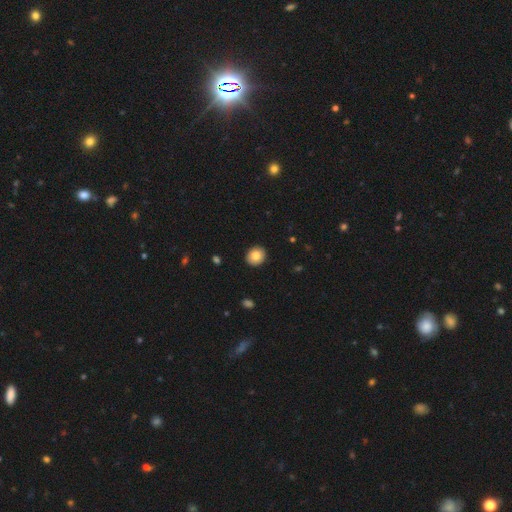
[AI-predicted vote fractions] This is clearly a smooth galaxy (83%). How rounded: likely round (75%). Merging: clearly none (91%).